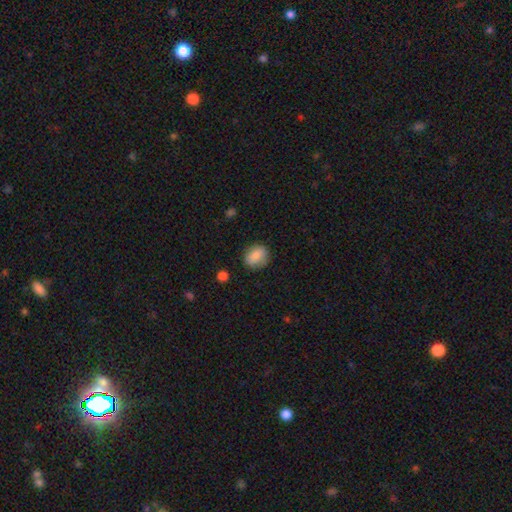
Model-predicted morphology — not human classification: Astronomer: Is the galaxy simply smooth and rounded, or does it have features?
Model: smooth — 84%.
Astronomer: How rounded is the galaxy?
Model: round — 49%, tied with in between at 49%.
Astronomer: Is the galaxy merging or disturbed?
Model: none — 81%.